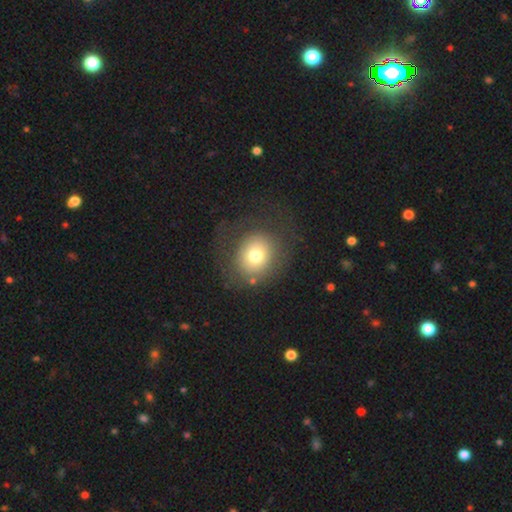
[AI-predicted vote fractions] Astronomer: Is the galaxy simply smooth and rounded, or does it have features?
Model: smooth — 69%.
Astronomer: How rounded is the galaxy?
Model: round — 78%.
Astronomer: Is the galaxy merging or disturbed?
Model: none — 69%.